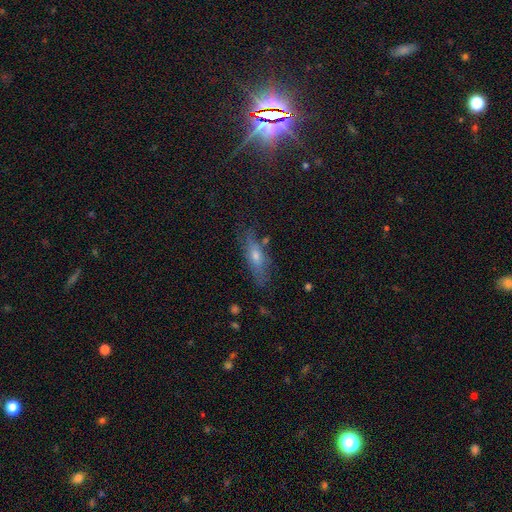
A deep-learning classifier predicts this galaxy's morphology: Q: Smooth or featured?
A: featured or disk (43%); runner-up: smooth (42%)
Q: Merging?
A: none (75%); runner-up: minor disturbance (17%)